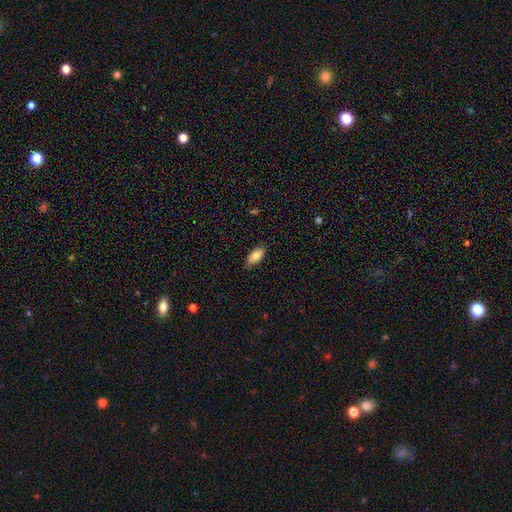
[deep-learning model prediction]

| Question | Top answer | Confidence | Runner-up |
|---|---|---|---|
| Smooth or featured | smooth | 80% | featured or disk (13%) |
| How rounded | in between | 87% | cigar-shaped (11%) |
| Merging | none | 81% | minor disturbance (16%) |